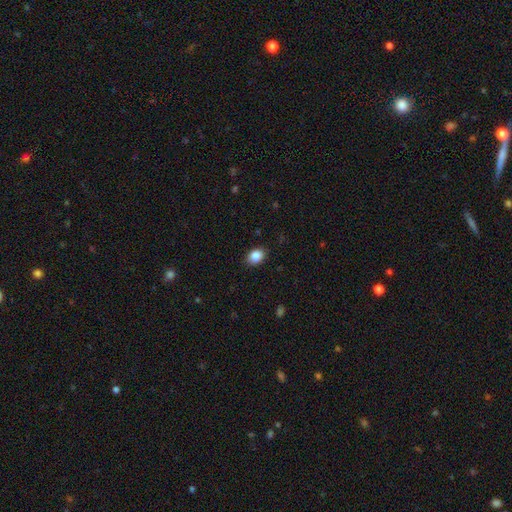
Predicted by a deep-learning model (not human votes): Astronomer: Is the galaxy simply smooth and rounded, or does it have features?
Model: smooth — 86%.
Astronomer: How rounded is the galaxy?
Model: in between — 66%.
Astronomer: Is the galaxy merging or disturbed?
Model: none — 87%.